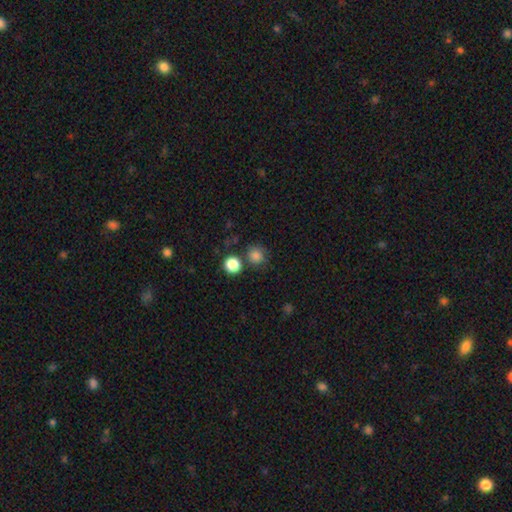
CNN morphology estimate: smooth-or-featured: smooth: 83% | star or artifact: 12% | featured or disk: 4%
  how-rounded: round: 88% | in between: 11% | cigar-shaped: 1%
  merging: none: 74% | merger: 12% | minor disturbance: 10% | major disturbance: 4%